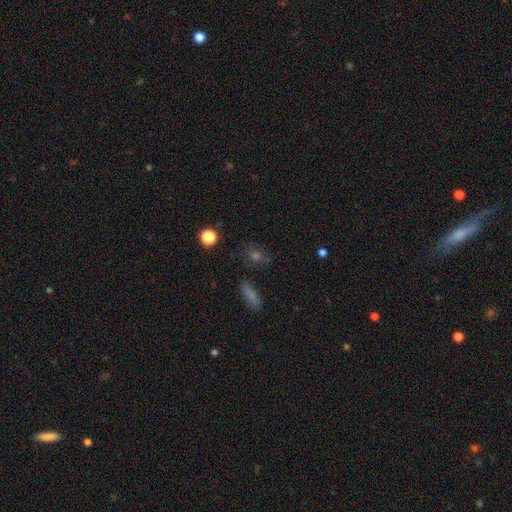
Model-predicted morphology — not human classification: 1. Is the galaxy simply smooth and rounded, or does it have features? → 52% smooth, 31% star or artifact, 16% featured or disk.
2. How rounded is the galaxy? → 46% in between, 43% round, 11% cigar-shaped.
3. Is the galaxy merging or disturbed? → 76% none, 14% minor disturbance, 6% major disturbance, 5% merger.